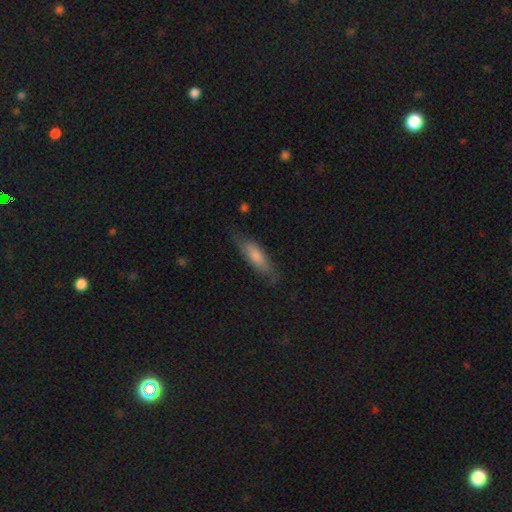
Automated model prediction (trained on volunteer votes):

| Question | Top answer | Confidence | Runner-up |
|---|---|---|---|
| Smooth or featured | smooth | 61% | featured or disk (32%) |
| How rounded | cigar-shaped | 53% | in between (45%) |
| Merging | none | 69% | minor disturbance (23%) |